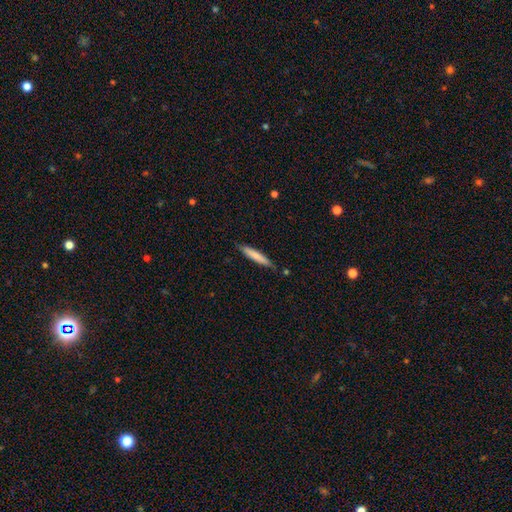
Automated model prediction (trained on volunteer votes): smooth 74%, featured or disk 20%, star or artifact 6%. Down the decision tree: how rounded — cigar-shaped (93%); merging — none (82%).